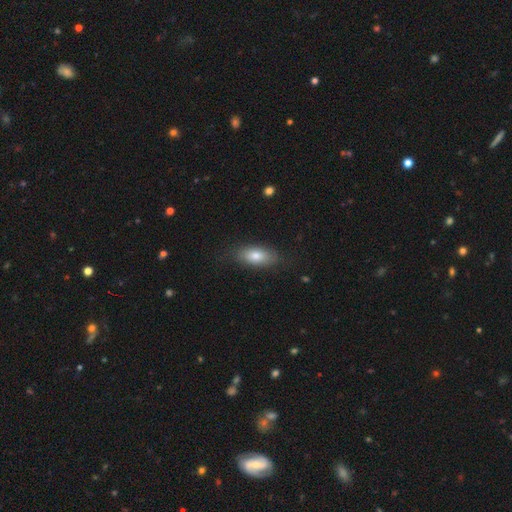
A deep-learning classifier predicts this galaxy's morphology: Smooth or featured? Predicted: smooth (p=0.77). How rounded? Predicted: in between (p=0.86). Merging? Predicted: none (p=0.80).